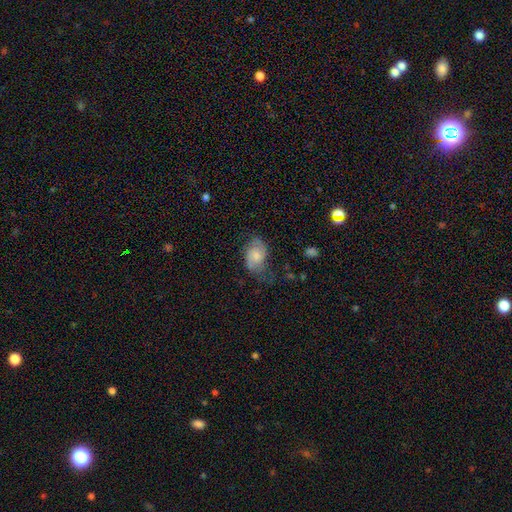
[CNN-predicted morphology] smooth-or-featured: smooth: 49% | featured or disk: 43% | star or artifact: 8%
  merging: none: 48% | minor disturbance: 31% | major disturbance: 19% | merger: 2%